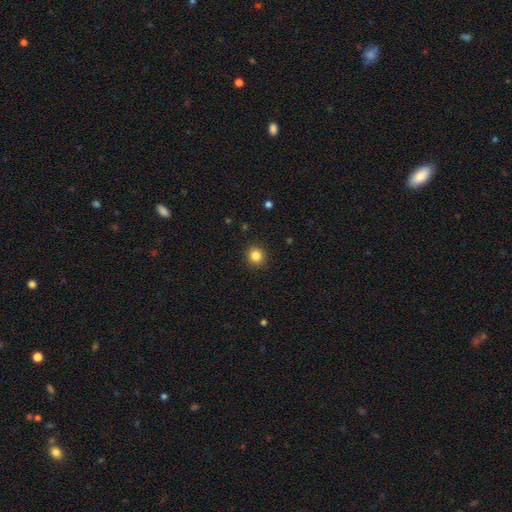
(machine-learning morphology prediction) Smooth or featured: smooth — 85% (star or artifact — 11%)
How rounded: round — 91% (in between — 8%)
Merging: none — 92% (minor disturbance — 5%)